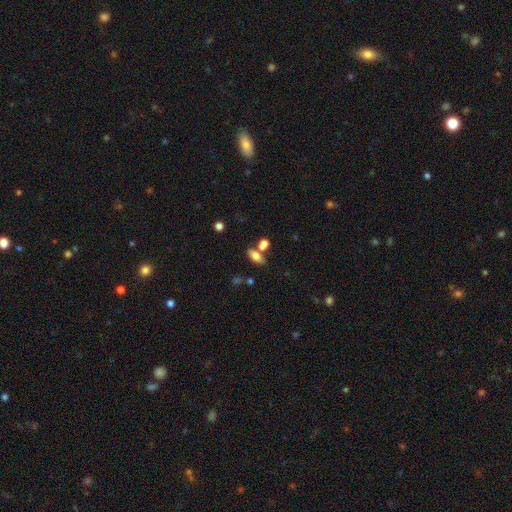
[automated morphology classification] Smooth or featured?
  - smooth: 73% *
  - featured or disk: 17%
  - star or artifact: 10%
How rounded?
  - in between: 80% *
  - cigar-shaped: 13%
  - round: 7%
Merging?
  - none: 57% *
  - merger: 27%
  - minor disturbance: 12%
  - major disturbance: 5%